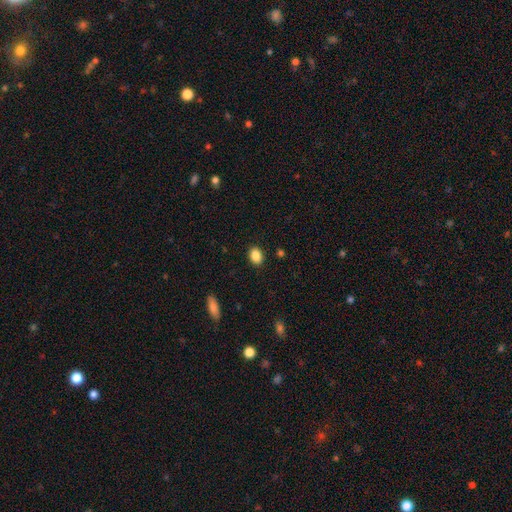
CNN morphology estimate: type=smooth (88%); roundness=in between (69%); merging=none (89%).